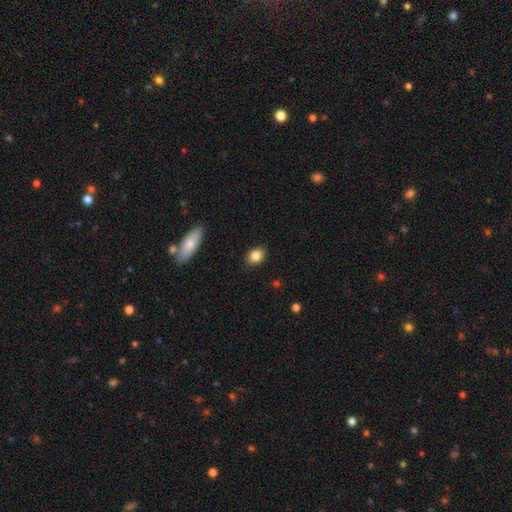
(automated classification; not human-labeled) Morphology: type=smooth (84%); roundness=in between (67%); merging=none (87%).